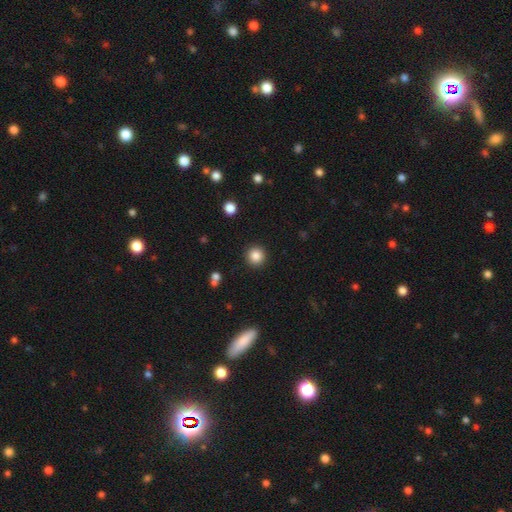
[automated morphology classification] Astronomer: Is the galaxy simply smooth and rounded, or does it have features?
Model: smooth — 85%.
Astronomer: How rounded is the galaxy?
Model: round — 94%.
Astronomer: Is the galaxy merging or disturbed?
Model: none — 91%.